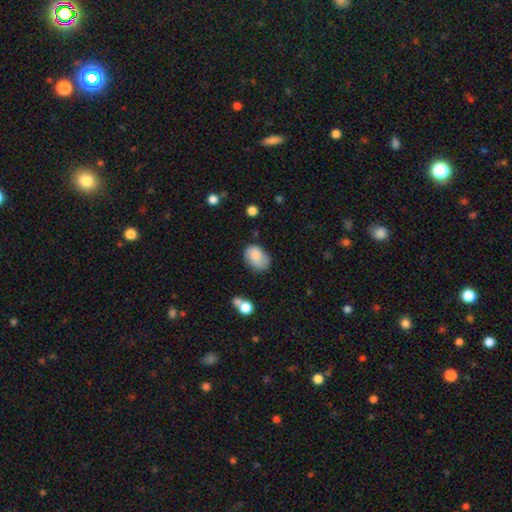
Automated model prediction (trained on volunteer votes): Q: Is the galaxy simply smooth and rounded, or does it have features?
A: smooth — 78%.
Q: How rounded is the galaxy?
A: in between — 78%.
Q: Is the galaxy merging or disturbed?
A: none — 53%.